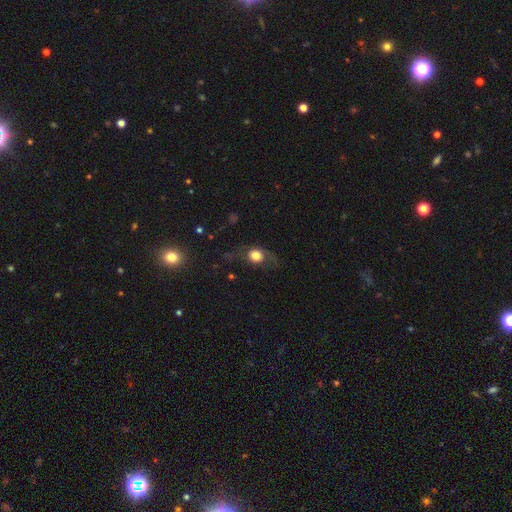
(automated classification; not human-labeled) This is likely a smooth galaxy (64%). How rounded: likely round (73%). Merging: possibly none (48%).